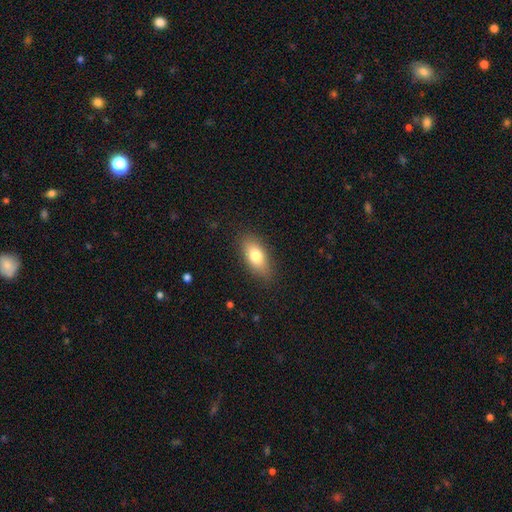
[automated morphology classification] Smooth or featured? Predicted: smooth (p=0.77). How rounded? Predicted: in between (p=0.85). Merging? Predicted: none (p=0.85).